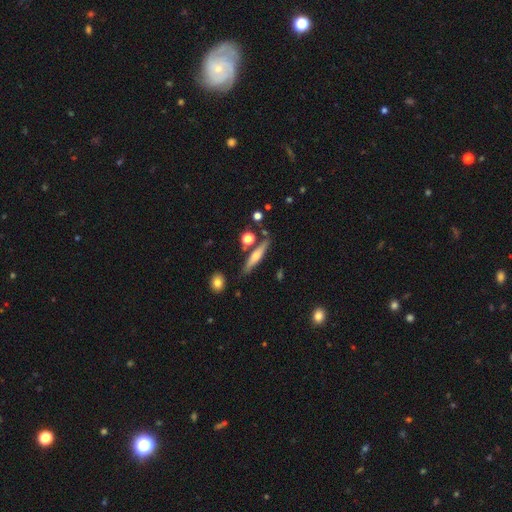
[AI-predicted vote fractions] A featured or disk galaxy (52%) viewed edge-on (93%).

Vote fractions:
- Smooth or featured? featured or disk: 52% / smooth: 40% / star or artifact: 8%
- Edge-on disk? yes: 93% / no: 7%
- Merging? none: 80% / minor disturbance: 10% / merger: 6% / major disturbance: 3%